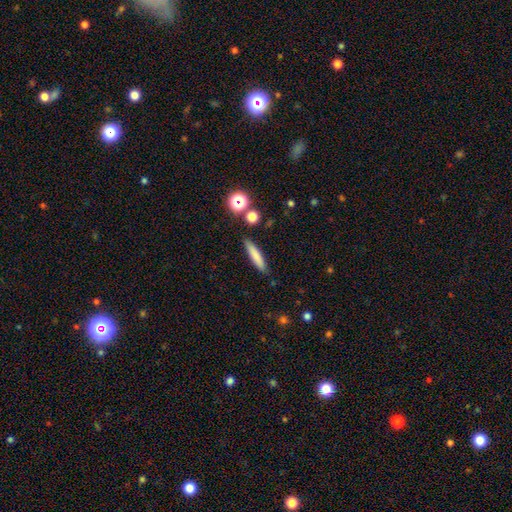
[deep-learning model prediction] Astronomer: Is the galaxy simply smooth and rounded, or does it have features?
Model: smooth — 78%.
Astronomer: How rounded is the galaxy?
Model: cigar-shaped — 87%.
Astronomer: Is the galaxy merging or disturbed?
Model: none — 86%.